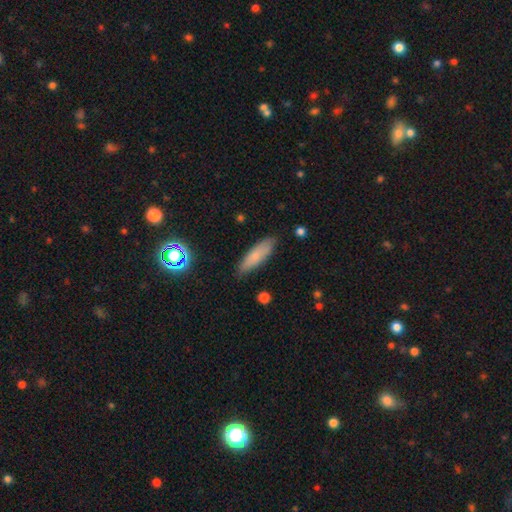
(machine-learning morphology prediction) This is likely a smooth galaxy (74%). How rounded: possibly cigar-shaped (59%). Merging: clearly none (84%).